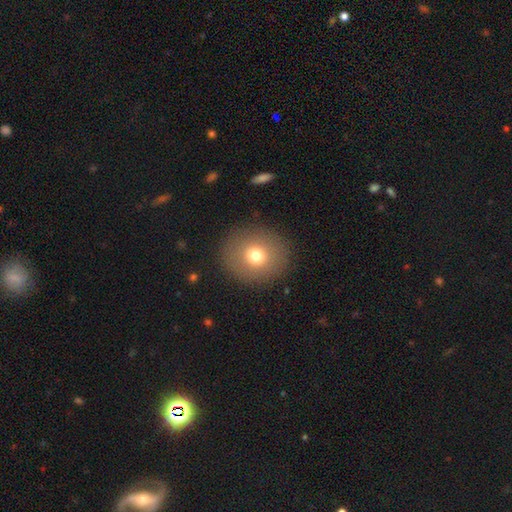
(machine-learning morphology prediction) Smooth or featured: smooth — 74% (featured or disk — 14%)
How rounded: round — 84% (in between — 15%)
Merging: none — 89% (minor disturbance — 7%)